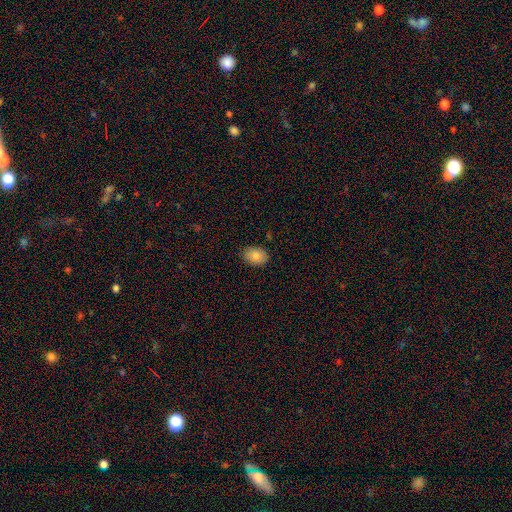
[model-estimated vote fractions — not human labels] Overall: smooth (84%). How rounded: in between (78%). Merging: none (86%).